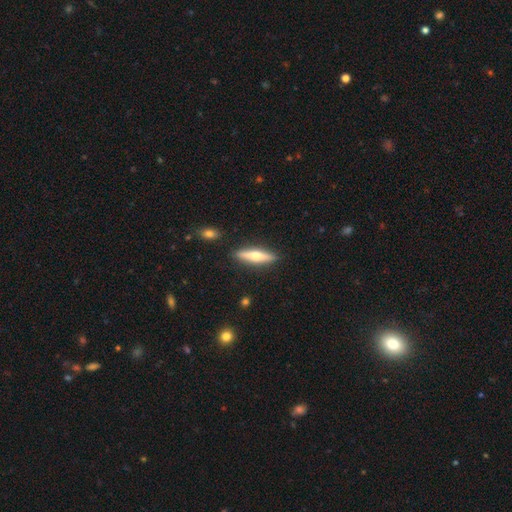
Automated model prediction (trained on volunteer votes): smooth-or-featured: featured or disk: 54% | smooth: 40% | star or artifact: 5%
  disk-edge-on: yes: 94% | no: 6%
    edge-on-bulge: rounded: 92% | none: 4% | boxy: 3%
  merging: none: 90% | minor disturbance: 7% | merger: 2% | major disturbance: 2%